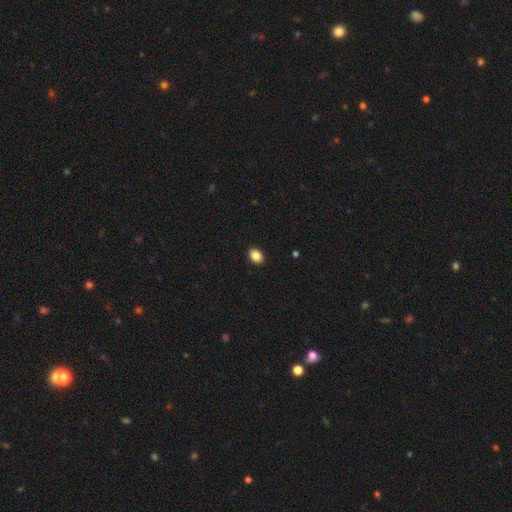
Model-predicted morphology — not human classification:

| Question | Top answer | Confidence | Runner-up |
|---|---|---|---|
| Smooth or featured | smooth | 88% | star or artifact (9%) |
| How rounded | in between | 70% | round (29%) |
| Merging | none | 91% | minor disturbance (6%) |